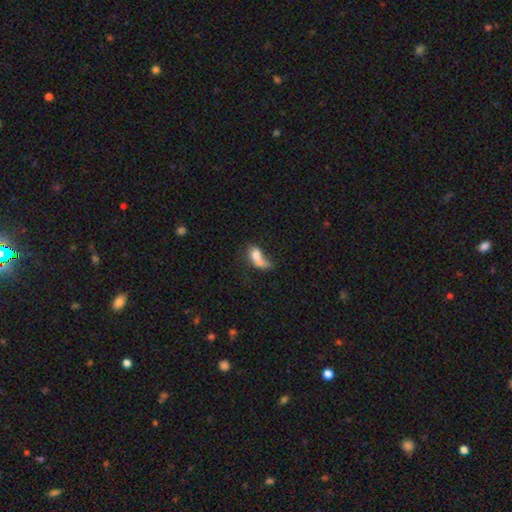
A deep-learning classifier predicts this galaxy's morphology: Smooth or featured? Predicted: smooth (p=0.62). How rounded? Predicted: in between (p=0.75). Merging? Predicted: merger (p=0.33).